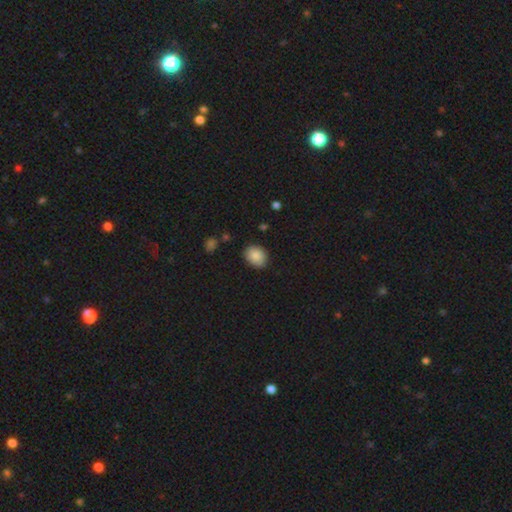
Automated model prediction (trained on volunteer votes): Smooth or featured?
  - smooth: 87% *
  - star or artifact: 8%
  - featured or disk: 5%
How rounded?
  - in between: 61% *
  - round: 38%
  - cigar-shaped: 1%
Merging?
  - none: 84% *
  - minor disturbance: 12%
  - major disturbance: 3%
  - merger: 2%